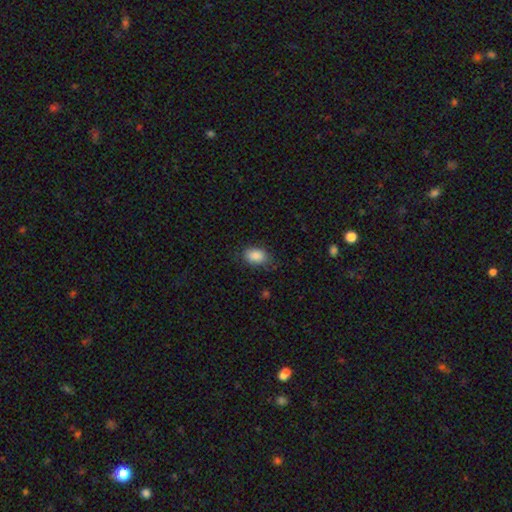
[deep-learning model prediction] This is clearly a smooth galaxy (88%). How rounded: clearly in between (86%). Merging: likely none (76%).